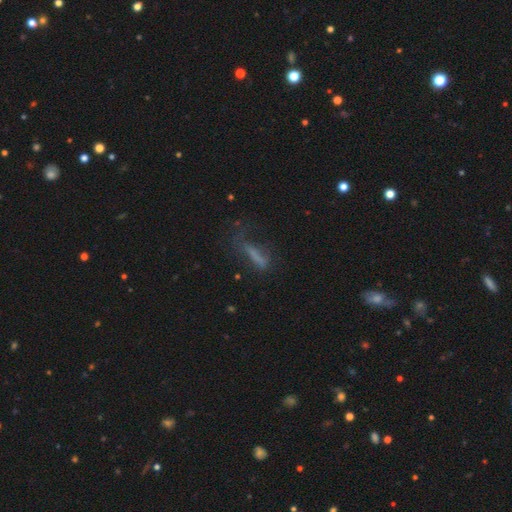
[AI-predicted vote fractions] A smooth galaxy with no disk features (56%) that is cigar-shaped (77%).

Vote fractions:
- Smooth or featured? smooth: 56% / featured or disk: 28% / star or artifact: 16%
- How rounded? cigar-shaped: 77% / in between: 20% / round: 3%
- Merging? none: 45% / major disturbance: 27% / minor disturbance: 25% / merger: 3%